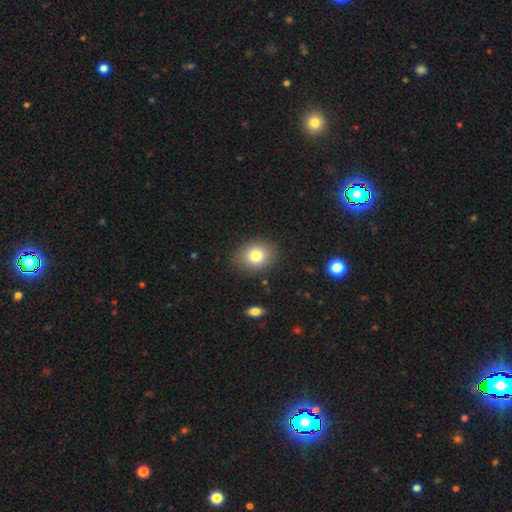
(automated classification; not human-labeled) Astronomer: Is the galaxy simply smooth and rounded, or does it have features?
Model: smooth — 79%.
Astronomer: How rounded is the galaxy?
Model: round — 56% (runner-up: in between, 43%).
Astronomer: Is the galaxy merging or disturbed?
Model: none — 85%.